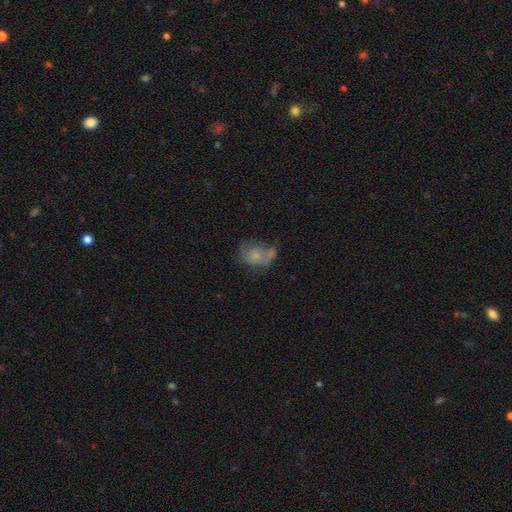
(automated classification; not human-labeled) This is possibly a smooth galaxy (56%). How rounded: likely in between (65%). Merging: marginally none (27%).